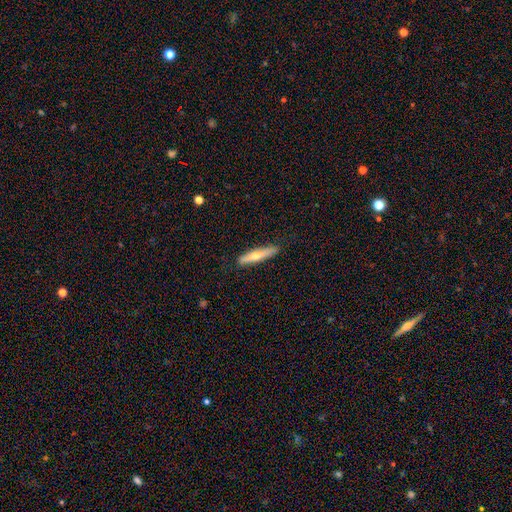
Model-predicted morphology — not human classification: Overall: smooth (53%; featured or disk 42%). How rounded: cigar-shaped (88%). Merging: none (89%).